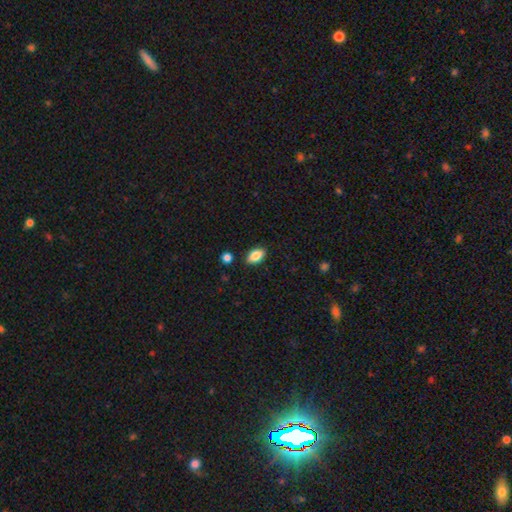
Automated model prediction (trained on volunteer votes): smooth_or_featured: smooth (p=0.85) [alt: star or artifact p=0.08]
how_rounded: in between (p=0.91) [alt: round p=0.06]
merging: none (p=0.87) [alt: minor disturbance p=0.09]